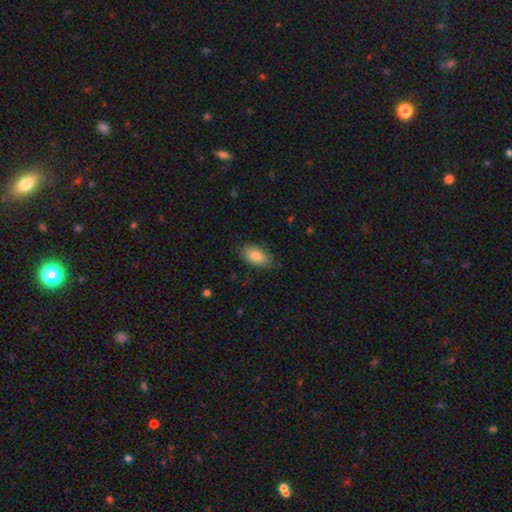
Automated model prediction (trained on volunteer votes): A smooth galaxy with no disk features (83%) that is in between round and cigar-shaped (93%). Merging: none (78%).